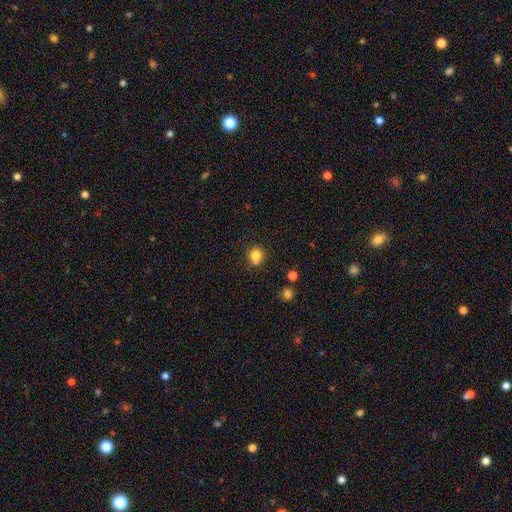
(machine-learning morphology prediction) Smooth or featured? smooth (81%)
How rounded? round (82%)
Merging? none (74%)